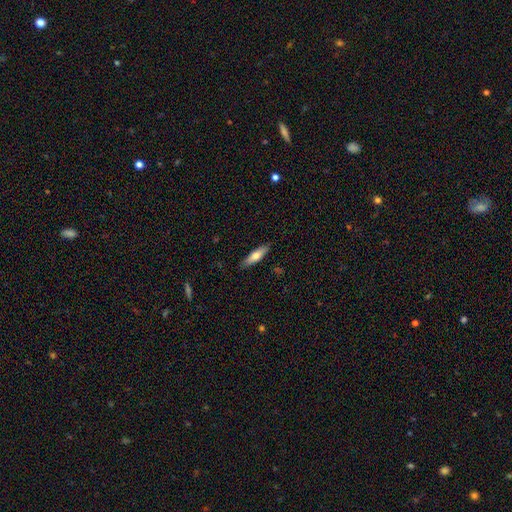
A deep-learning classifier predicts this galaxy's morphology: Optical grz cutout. It shows a smooth galaxy with no disk features (66%) that is cigar-shaped (60%). Merging: none (88%).